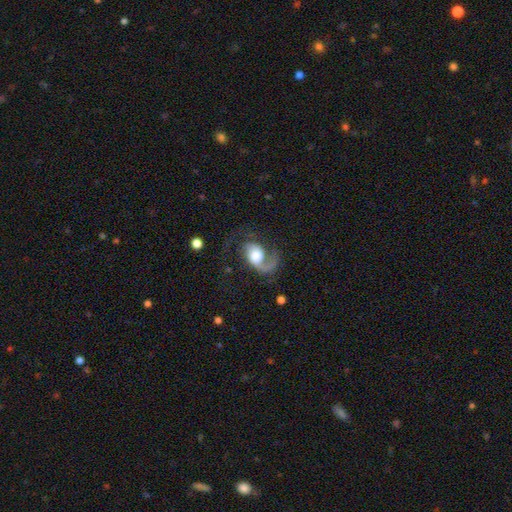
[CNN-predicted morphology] The model was most divided on "bulge size": large: 43%, moderate: 37%, dominant: 9%, small: 7%, none: 3%. Remaining: edge-on disk — no (97%); spiral arms — yes (94%); smooth or featured — featured or disk (76%); bar — no (66%); spiral arm count — 1 (63%); merging — none (46%); spiral winding — loose (46%).